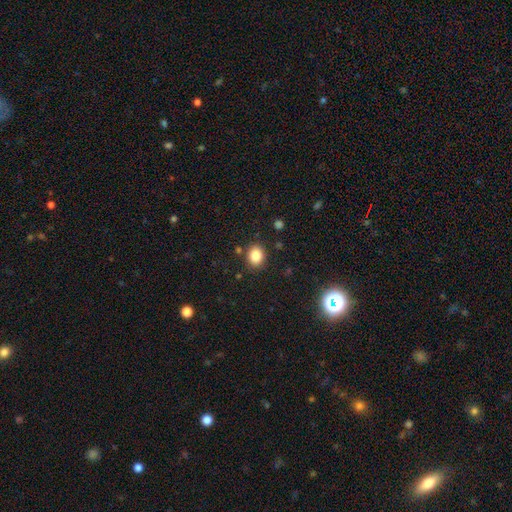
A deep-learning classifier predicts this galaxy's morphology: Q: Smooth or featured?
A: smooth (83%); runner-up: star or artifact (11%)
Q: How rounded?
A: round (62%); runner-up: in between (37%)
Q: Merging?
A: none (86%); runner-up: minor disturbance (8%)